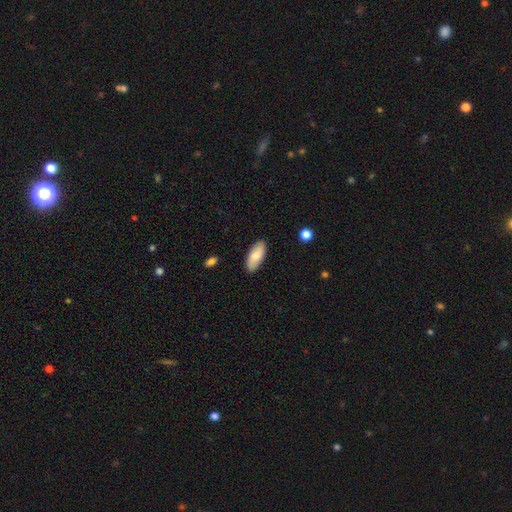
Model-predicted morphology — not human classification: type=smooth (81%); roundness=in between (86%); merging=none (88%).